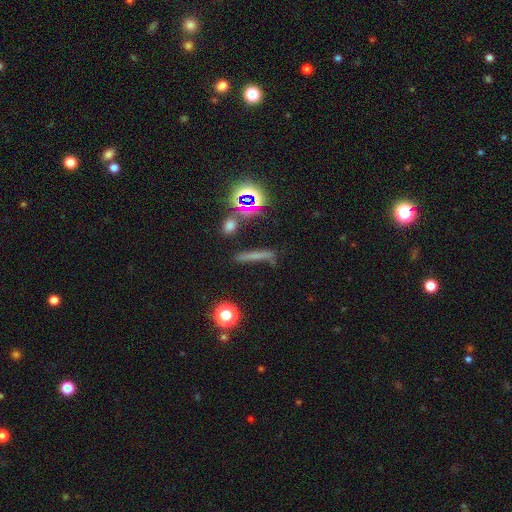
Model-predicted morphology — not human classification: Smooth or featured?
  - smooth: 50% *
  - star or artifact: 25%
  - featured or disk: 24%
How rounded?
  - cigar-shaped: 84% *
  - round: 9%
  - in between: 7%
Merging?
  - none: 75% *
  - minor disturbance: 15%
  - merger: 5%
  - major disturbance: 5%